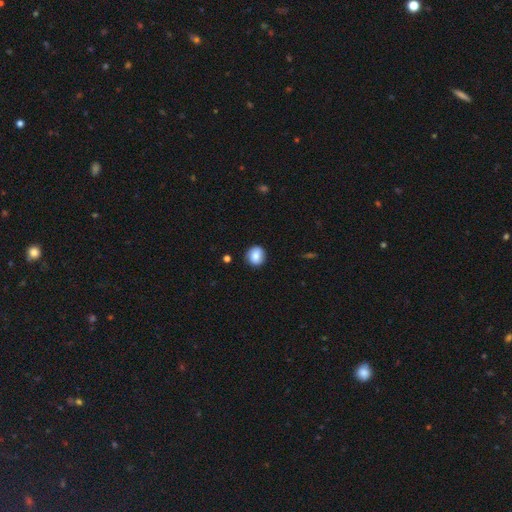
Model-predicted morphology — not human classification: Smooth or featured: smooth — 81% (featured or disk — 10%)
How rounded: round — 85% (in between — 14%)
Merging: none — 88% (minor disturbance — 9%)